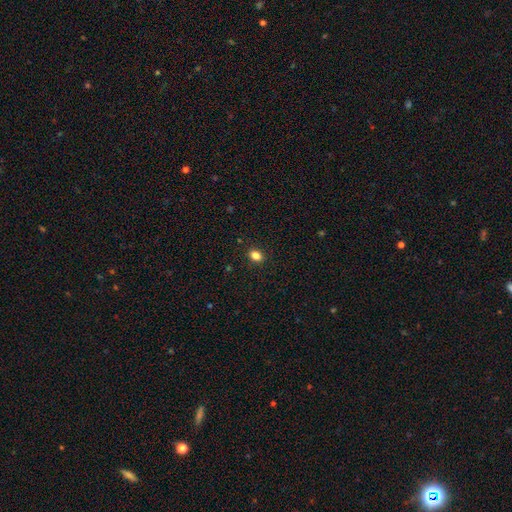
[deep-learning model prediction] Q: Smooth or featured?
A: smooth (85%); runner-up: star or artifact (11%)
Q: How rounded?
A: in between (67%); runner-up: round (32%)
Q: Merging?
A: none (89%); runner-up: minor disturbance (8%)